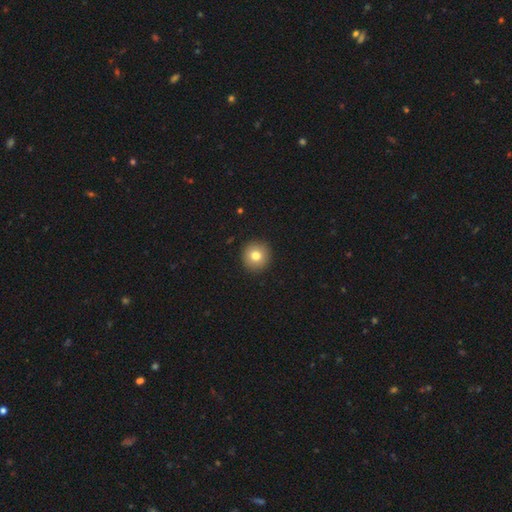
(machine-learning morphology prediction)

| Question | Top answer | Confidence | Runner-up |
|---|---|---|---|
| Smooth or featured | smooth | 79% | featured or disk (11%) |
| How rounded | round | 94% | in between (5%) |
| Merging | none | 93% | minor disturbance (5%) |